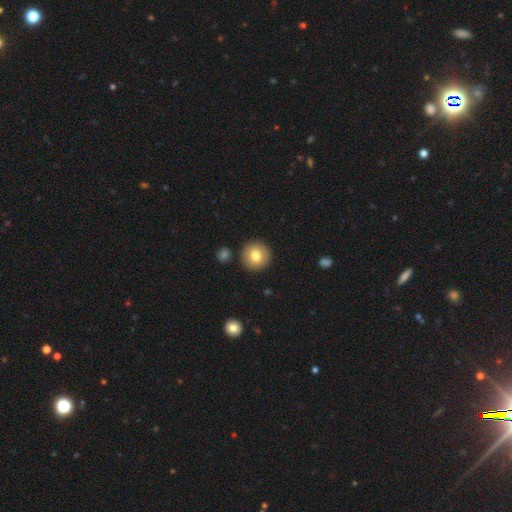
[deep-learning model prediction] The model was most divided on "smooth or featured": smooth: 79%, featured or disk: 12%, star or artifact: 8%. More confident: how rounded — round (94%); merging — none (90%).